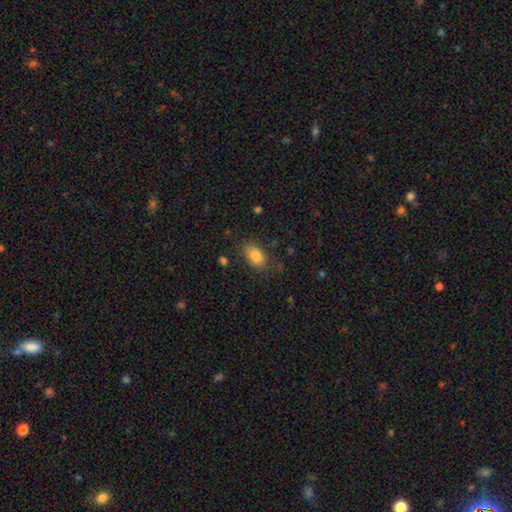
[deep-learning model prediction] A smooth galaxy with no disk features (83%) that is in between round and cigar-shaped (88%). Merging: none (76%).